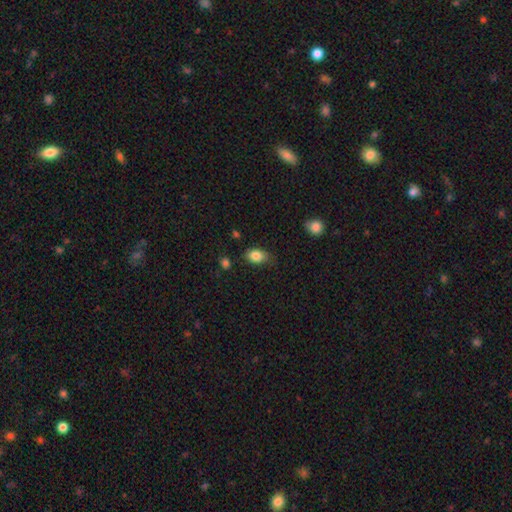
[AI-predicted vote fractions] The model was most divided on "merging": none: 70%, minor disturbance: 24%, major disturbance: 5%, merger: 2%. More confident: smooth or featured — smooth (84%); how rounded — in between (81%).